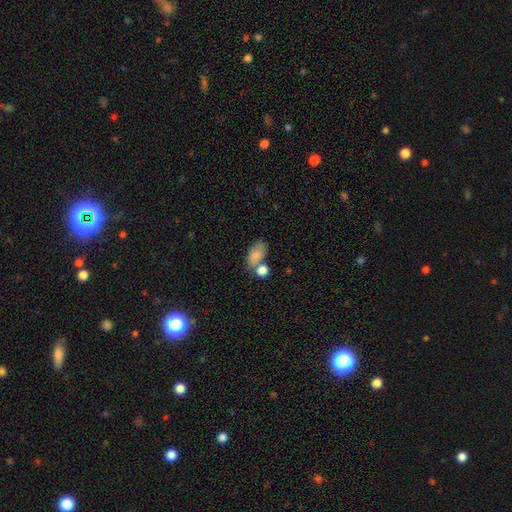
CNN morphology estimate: smooth-or-featured: smooth: 82% | featured or disk: 10% | star or artifact: 8%
  how-rounded: in between: 91% | round: 7% | cigar-shaped: 2%
  merging: none: 45% | merger: 31% | minor disturbance: 16% | major disturbance: 7%